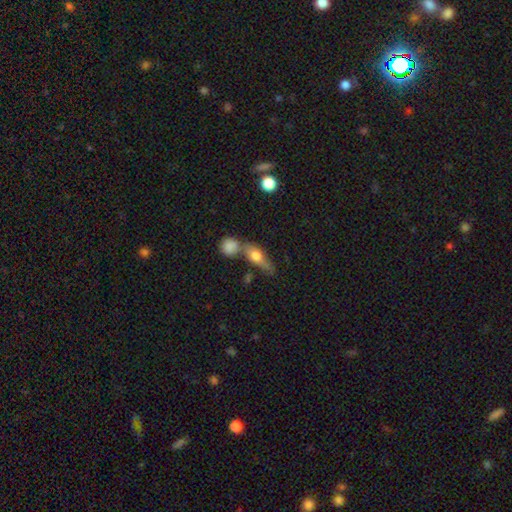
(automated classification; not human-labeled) The model was most divided on "merging": none: 42%, merger: 36%, minor disturbance: 14%, major disturbance: 7%. More confident: smooth or featured — smooth (61%); how rounded — in between (57%).